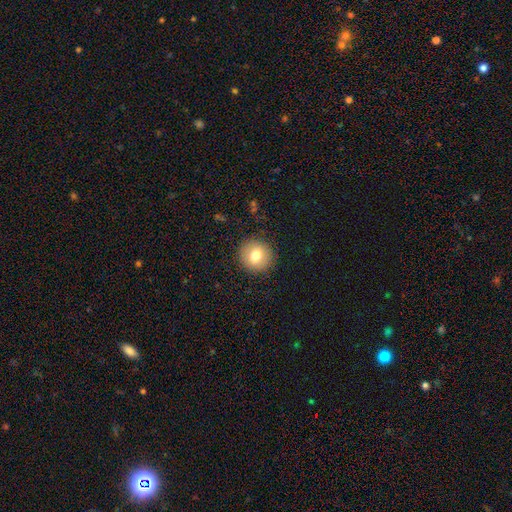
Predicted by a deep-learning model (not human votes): Smooth or featured? Predicted: smooth (p=0.76). How rounded? Predicted: round (p=0.93). Merging? Predicted: none (p=0.91).